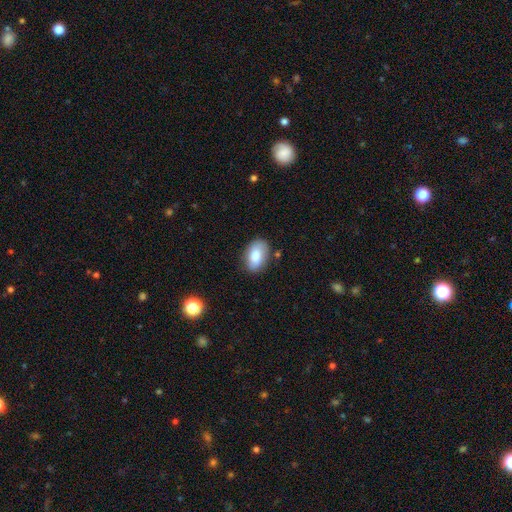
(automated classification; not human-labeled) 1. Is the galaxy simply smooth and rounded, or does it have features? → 74% smooth, 19% featured or disk, 7% star or artifact.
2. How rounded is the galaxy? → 89% in between, 9% round, 1% cigar-shaped.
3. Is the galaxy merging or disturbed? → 76% none, 17% minor disturbance, 4% major disturbance, 3% merger.